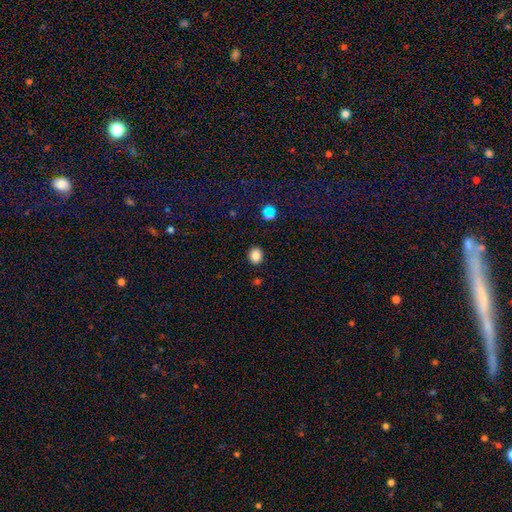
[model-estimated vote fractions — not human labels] Overall: smooth (84%). How rounded: round (69%; in between 30%). Merging: none (90%).